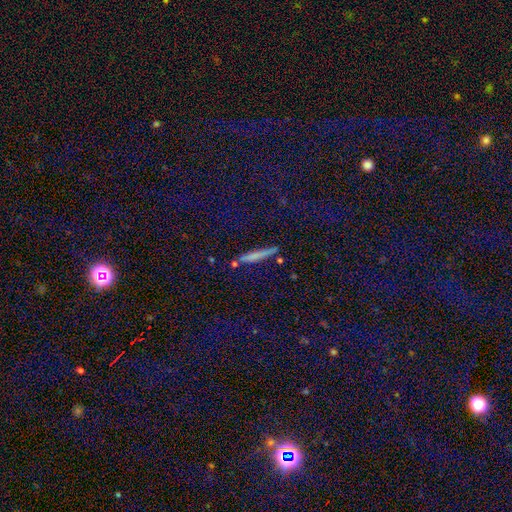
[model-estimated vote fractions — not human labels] smooth_or_featured: smooth (p=0.60) [alt: featured or disk p=0.22]
how_rounded: cigar-shaped (p=0.91) [alt: in between p=0.06]
merging: none (p=0.81) [alt: minor disturbance p=0.11]